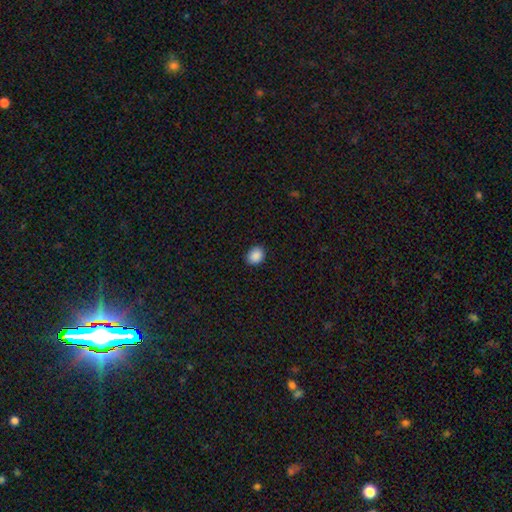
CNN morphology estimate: smooth-or-featured: smooth: 89% | star or artifact: 8% | featured or disk: 3%
  how-rounded: round: 52% | in between: 47% | cigar-shaped: 1%
  merging: none: 89% | minor disturbance: 8% | major disturbance: 2% | merger: 1%